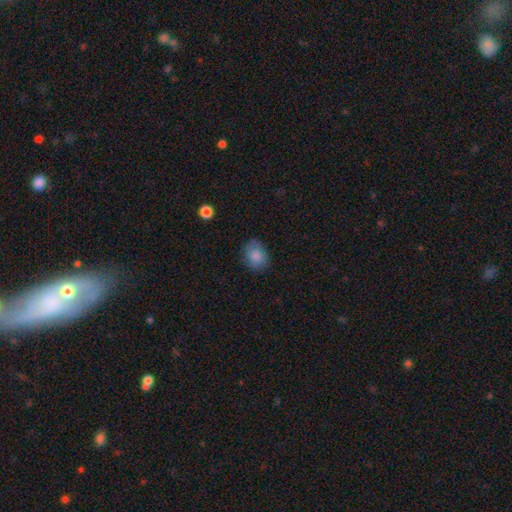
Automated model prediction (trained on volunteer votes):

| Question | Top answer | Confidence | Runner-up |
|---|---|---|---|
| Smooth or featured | smooth | 85% | star or artifact (8%) |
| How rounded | in between | 54% | round (45%) |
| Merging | none | 77% | minor disturbance (18%) |